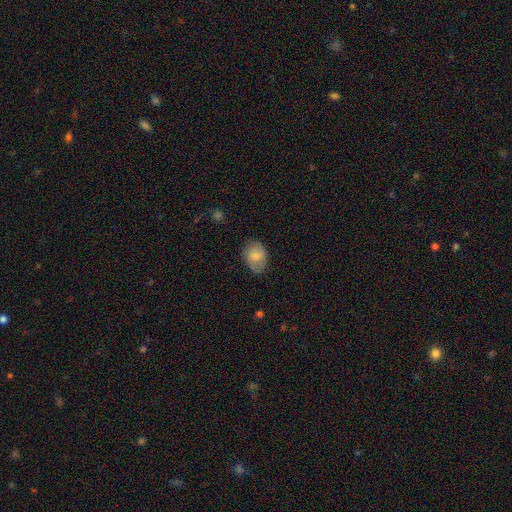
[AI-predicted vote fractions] smooth 74%, featured or disk 19%, star or artifact 7%. Down the decision tree: how rounded — in between (75%); merging — none (76%).